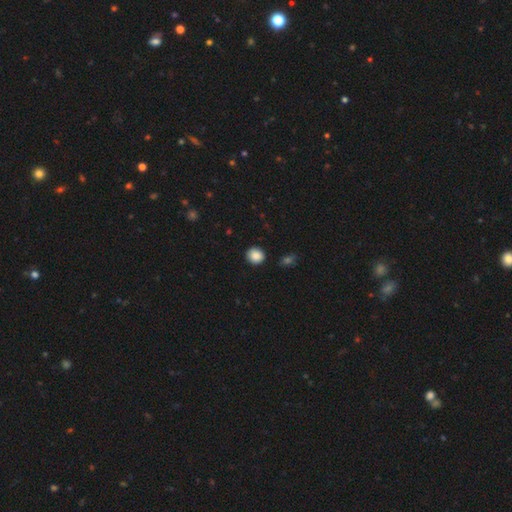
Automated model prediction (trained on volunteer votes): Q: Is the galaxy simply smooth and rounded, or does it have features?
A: smooth — 88%.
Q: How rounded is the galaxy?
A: round — 85%.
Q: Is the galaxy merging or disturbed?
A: none — 91%.